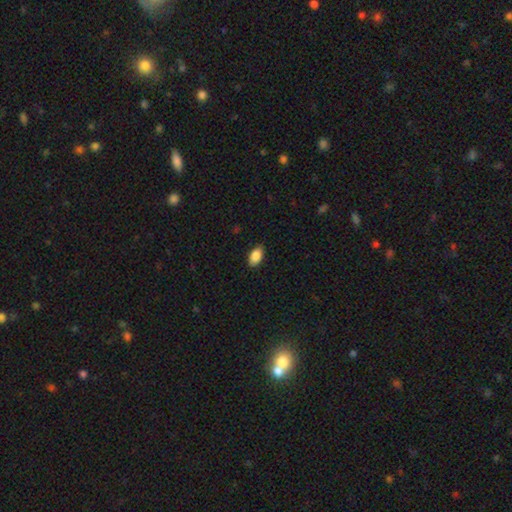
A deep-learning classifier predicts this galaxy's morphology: Smooth or featured: smooth — 87% (star or artifact — 7%)
How rounded: in between — 92% (round — 5%)
Merging: none — 85% (minor disturbance — 12%)